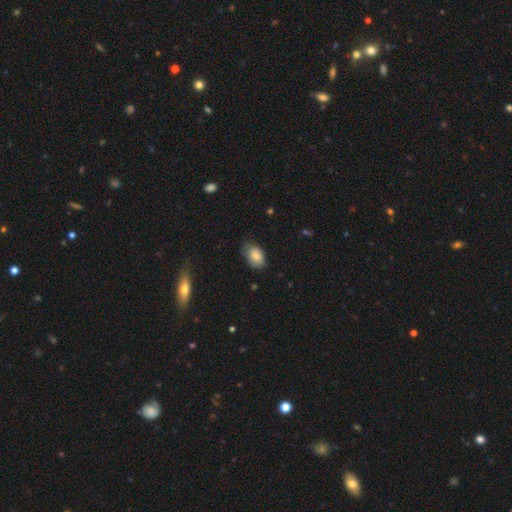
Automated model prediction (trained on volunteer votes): A smooth galaxy with no disk features (82%) that is in between round and cigar-shaped (89%).

Vote fractions:
- Smooth or featured? smooth: 82% / featured or disk: 11% / star or artifact: 7%
- How rounded? in between: 89% / round: 10% / cigar-shaped: 1%
- Merging? none: 59% / minor disturbance: 33% / major disturbance: 7% / merger: 1%